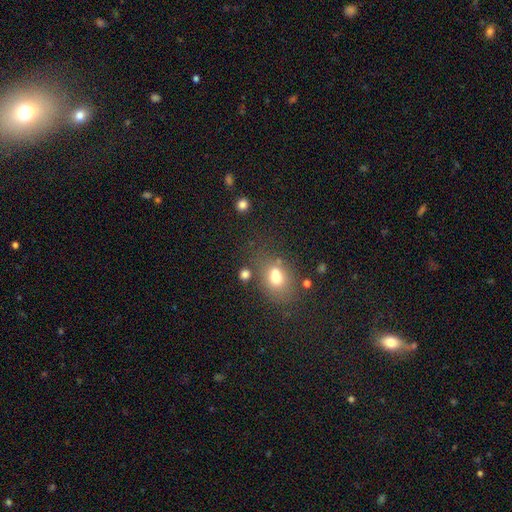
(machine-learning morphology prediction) Smooth or featured: smooth — 62% (star or artifact — 29%)
How rounded: round — 53% (in between — 45%)
Merging: none — 75% (minor disturbance — 13%)